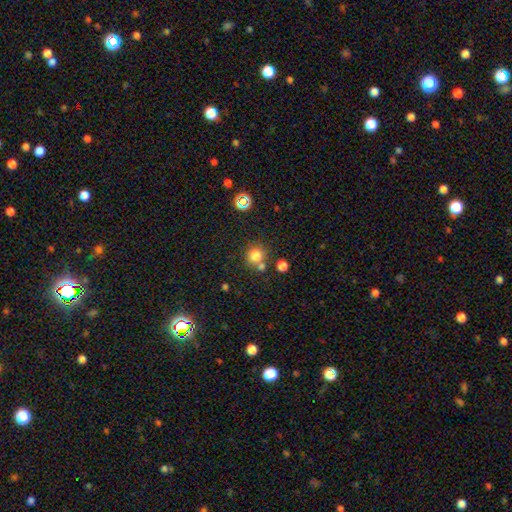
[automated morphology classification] smooth 78%, star or artifact 15%, featured or disk 7%. Down the decision tree: how rounded — round (91%); merging — none (69%).